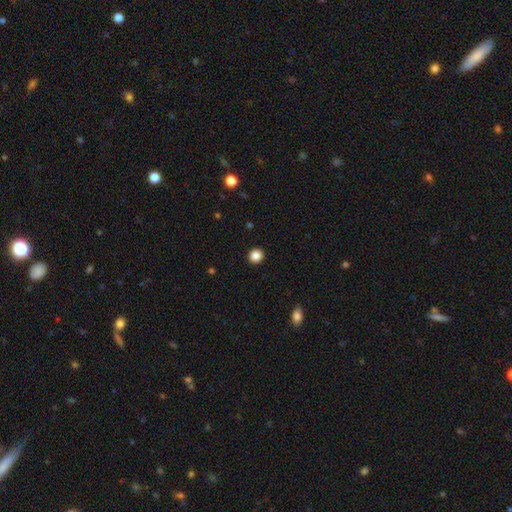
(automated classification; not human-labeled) This appears to be a smooth galaxy with no disk features (86%) that is round (93%). Merging: none (93%).